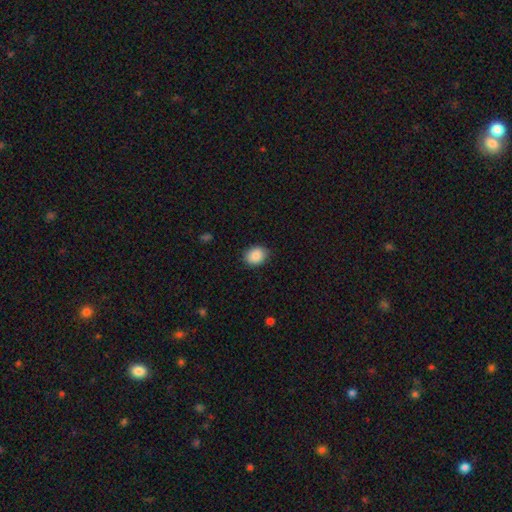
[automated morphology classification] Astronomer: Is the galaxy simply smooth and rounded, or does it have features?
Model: smooth — 89%.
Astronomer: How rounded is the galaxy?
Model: in between — 54% (runner-up: round, 45%).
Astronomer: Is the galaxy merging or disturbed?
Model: none — 86%.